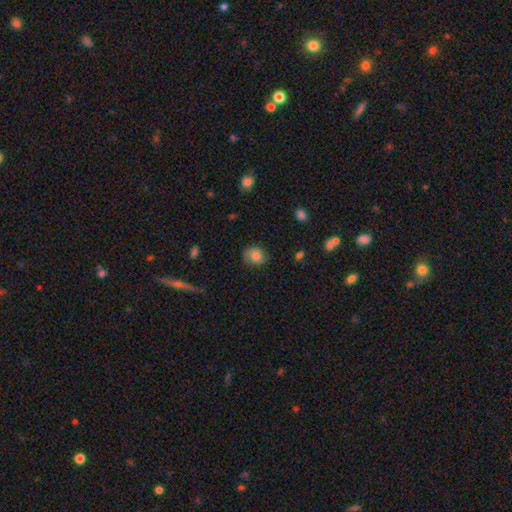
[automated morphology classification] A smooth galaxy with no disk features (74%) that is round (65%). Merging: none (70%).